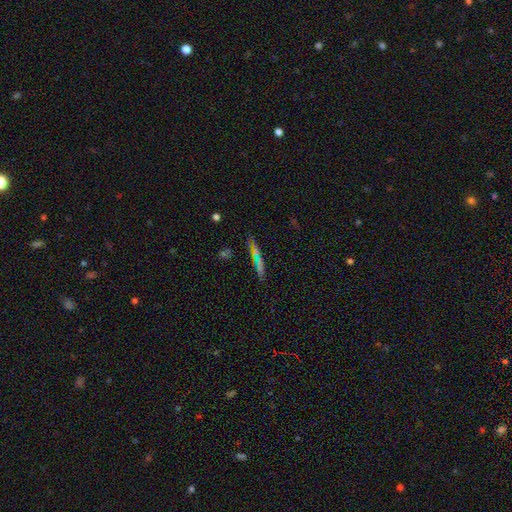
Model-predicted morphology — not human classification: The model was most divided on "smooth or featured": smooth: 43%, featured or disk: 38%, star or artifact: 20%. More confident: merging — none (81%).